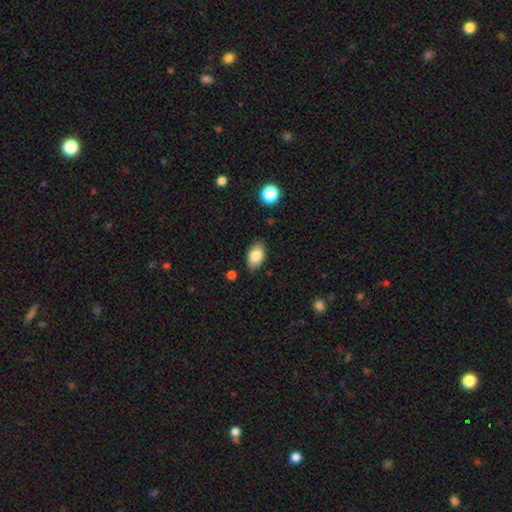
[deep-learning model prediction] Smooth or featured? Predicted: smooth (p=0.83). How rounded? Predicted: in between (p=0.91). Merging? Predicted: none (p=0.84).